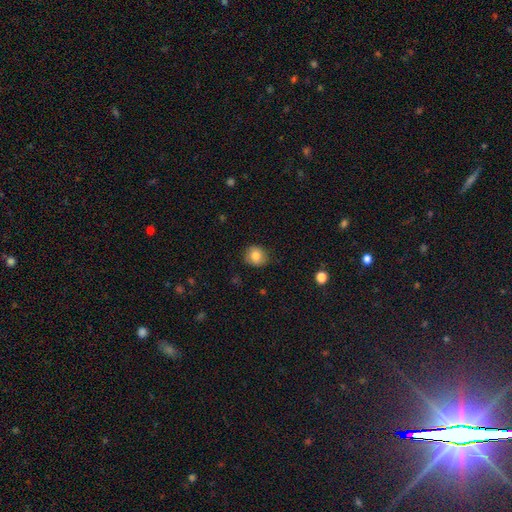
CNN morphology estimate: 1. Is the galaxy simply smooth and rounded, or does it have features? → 81% smooth, 10% featured or disk, 9% star or artifact.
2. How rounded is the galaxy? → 83% round, 16% in between, 1% cigar-shaped.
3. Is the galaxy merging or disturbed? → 83% none, 13% minor disturbance, 3% major disturbance, 1% merger.